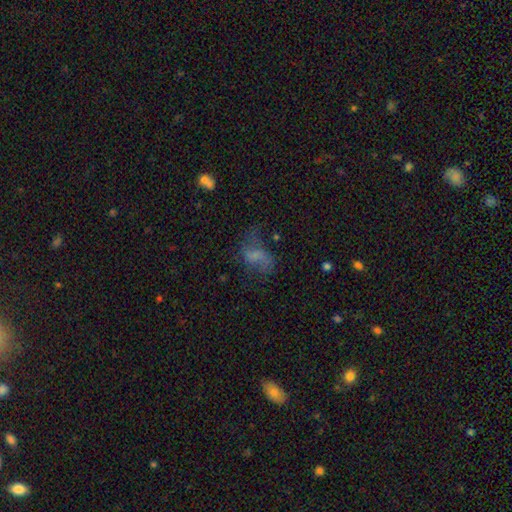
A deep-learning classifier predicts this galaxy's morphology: smooth 44%, featured or disk 40%, star or artifact 16%. Down the decision tree: merging — major disturbance (37%).